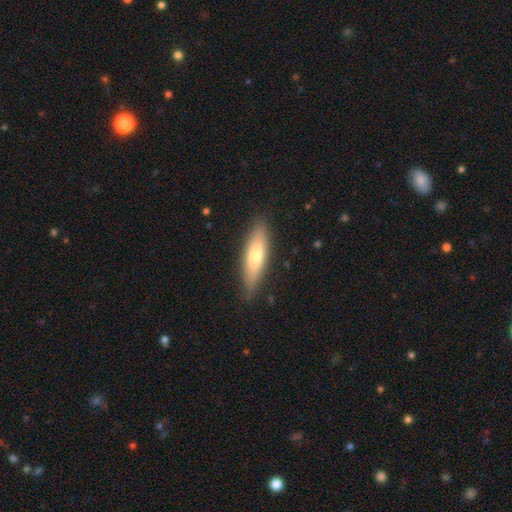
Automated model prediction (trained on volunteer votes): This is likely a smooth galaxy (63%). How rounded: likely cigar-shaped (66%). Merging: clearly none (86%).